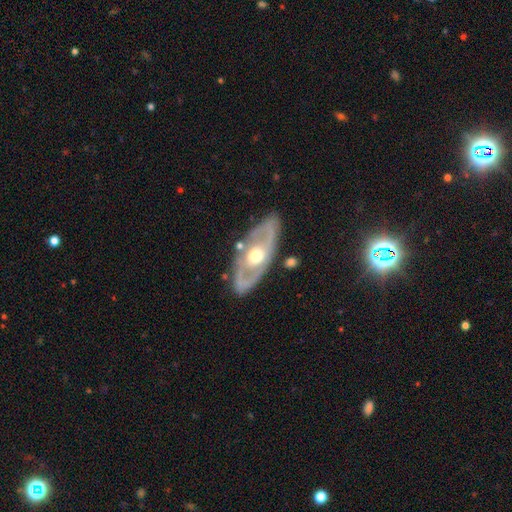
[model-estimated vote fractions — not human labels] The model was most divided on "spiral arms" (2-way tie): yes: 50%, no: 50%. More confident: edge-on disk — no (86%); merging — none (81%); bar — no (78%); smooth or featured — featured or disk (76%); bulge size — moderate (74%).